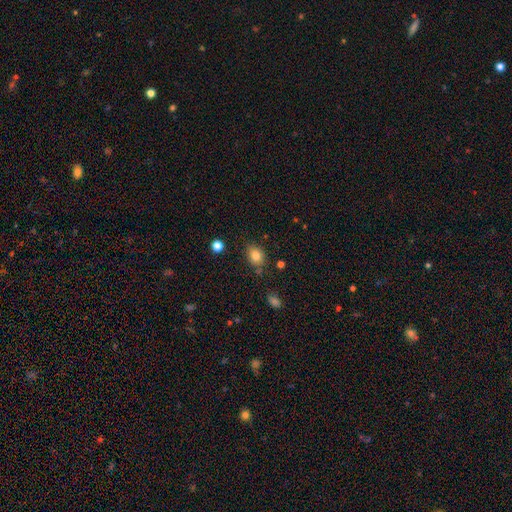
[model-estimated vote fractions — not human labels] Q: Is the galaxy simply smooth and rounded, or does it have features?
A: smooth — 83%.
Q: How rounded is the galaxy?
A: in between — 62%.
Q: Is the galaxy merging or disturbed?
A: none — 76%.